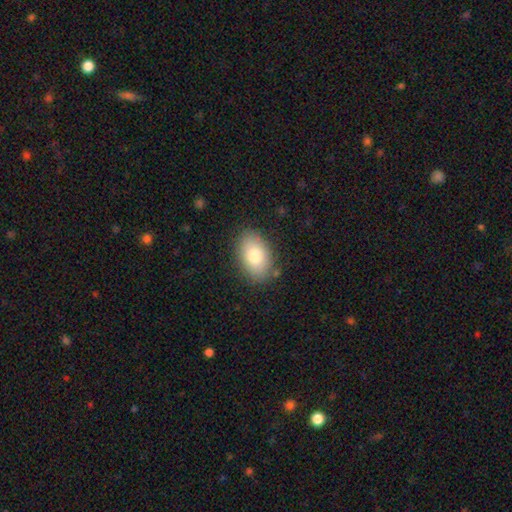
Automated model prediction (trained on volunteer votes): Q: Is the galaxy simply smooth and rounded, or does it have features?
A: smooth — 78%.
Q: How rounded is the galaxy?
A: in between — 88%.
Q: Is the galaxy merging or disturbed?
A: none — 83%.